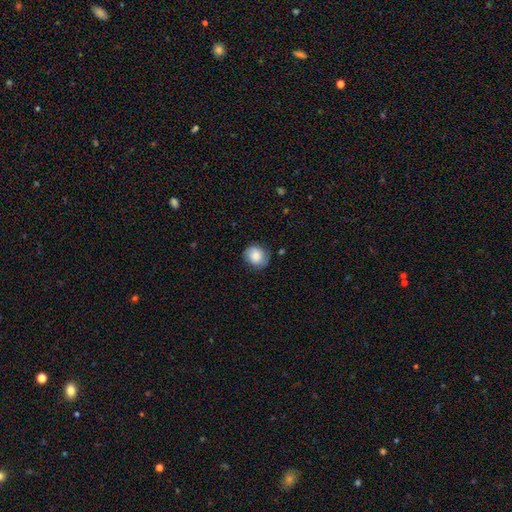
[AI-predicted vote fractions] Overall: smooth (77%). How rounded: round (69%; in between 30%). Merging: none (73%).